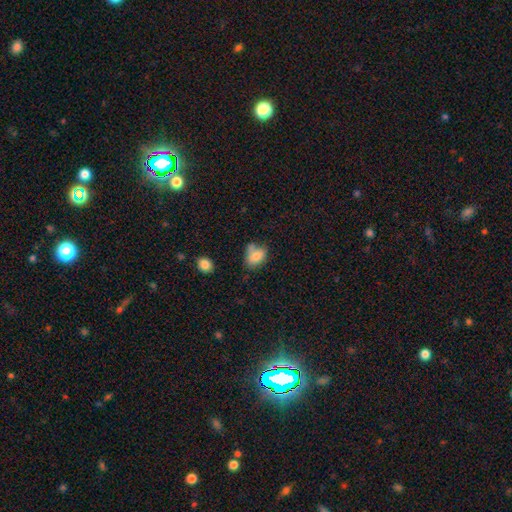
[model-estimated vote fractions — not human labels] Q: Smooth or featured?
A: smooth (77%); runner-up: featured or disk (13%)
Q: How rounded?
A: in between (71%); runner-up: round (27%)
Q: Merging?
A: none (46%); runner-up: minor disturbance (29%)